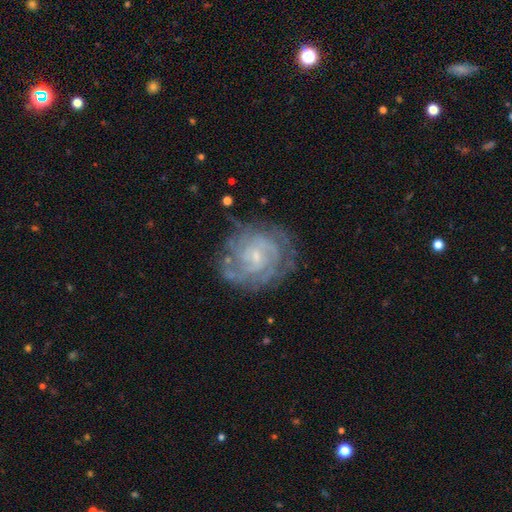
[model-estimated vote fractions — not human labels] Smooth or featured? featured or disk (83%)
Edge-on disk? no (98%)
Bar? no (56%)
Spiral arms? yes (94%)
Spiral winding? tight (69%)
Spiral arm count? can't tell (35%)
Bulge size? small (76%)
Merging? none (74%)